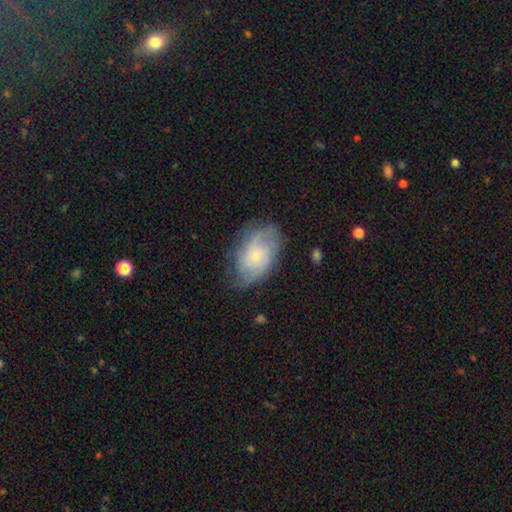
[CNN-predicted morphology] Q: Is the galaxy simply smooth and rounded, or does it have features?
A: featured or disk — 61%.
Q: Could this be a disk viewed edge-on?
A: no — 96%.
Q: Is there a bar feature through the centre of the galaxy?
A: no — 78%.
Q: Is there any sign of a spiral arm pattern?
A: yes — 86%.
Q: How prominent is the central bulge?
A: small — 74%.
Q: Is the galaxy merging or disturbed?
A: none — 68%.